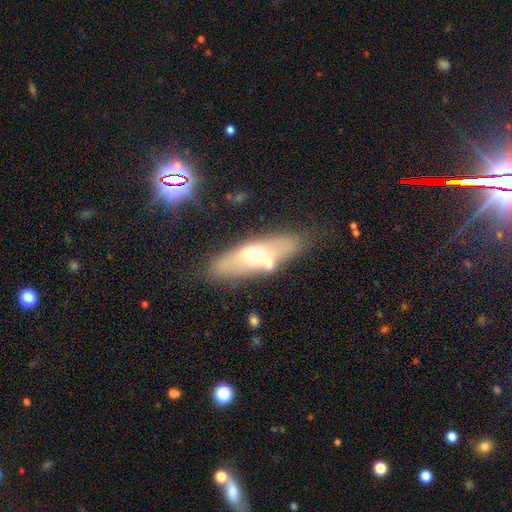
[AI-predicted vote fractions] smooth-or-featured: smooth: 47% | featured or disk: 44% | star or artifact: 8%
  merging: none: 62% | minor disturbance: 16% | merger: 14% | major disturbance: 8%